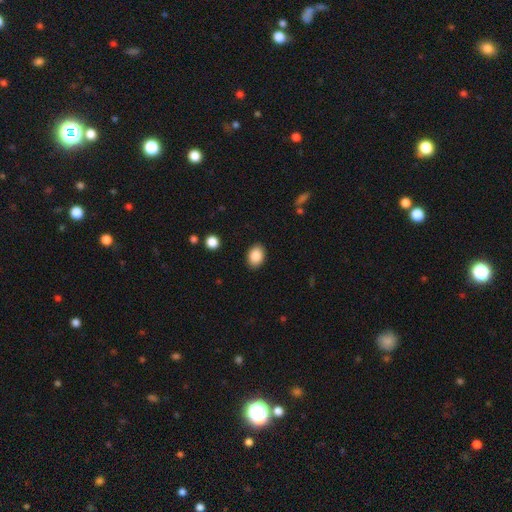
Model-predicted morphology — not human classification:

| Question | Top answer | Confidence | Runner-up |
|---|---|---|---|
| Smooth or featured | smooth | 87% | star or artifact (8%) |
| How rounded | in between | 77% | round (22%) |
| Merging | none | 89% | minor disturbance (8%) |